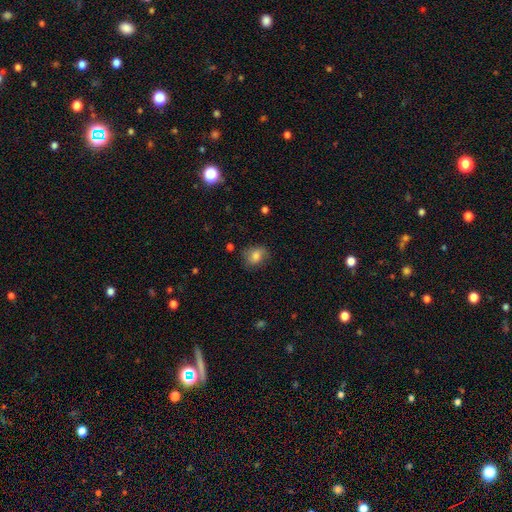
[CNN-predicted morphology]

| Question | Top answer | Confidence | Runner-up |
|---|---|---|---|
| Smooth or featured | smooth | 78% | featured or disk (13%) |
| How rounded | round | 55% | in between (44%) |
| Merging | none | 73% | minor disturbance (20%) |